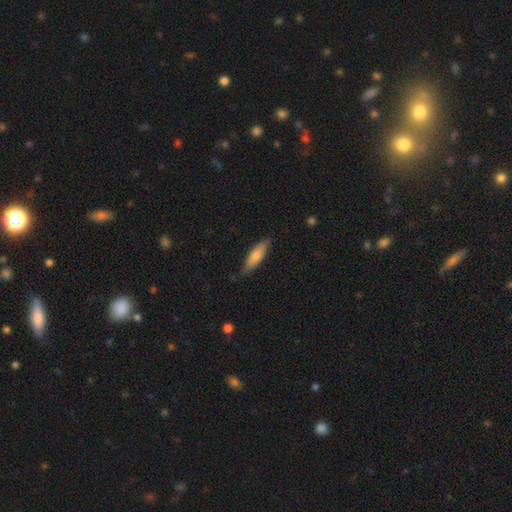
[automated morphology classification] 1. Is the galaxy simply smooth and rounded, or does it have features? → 77% smooth, 18% featured or disk, 5% star or artifact.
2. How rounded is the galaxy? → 61% cigar-shaped, 38% in between, 2% round.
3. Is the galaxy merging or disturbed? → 82% none, 14% minor disturbance, 2% major disturbance, 1% merger.